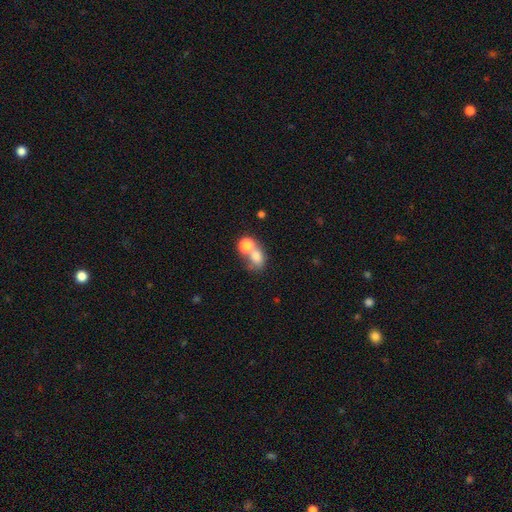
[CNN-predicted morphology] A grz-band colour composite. It shows a smooth galaxy with no disk features (74%) that is in between round and cigar-shaped (52%). Merging: merger (56%).